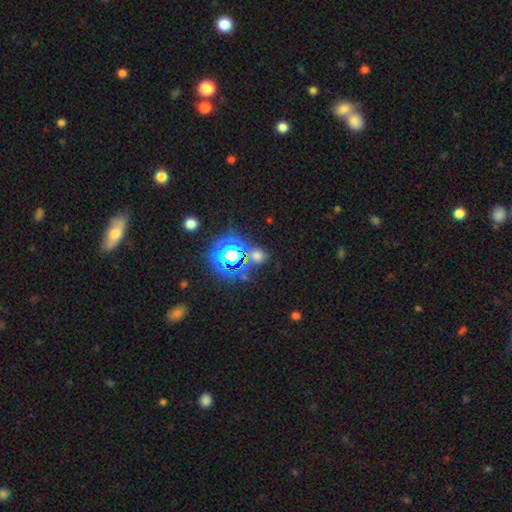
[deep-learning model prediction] This is possibly a star or artifact rather than a galaxy (47%).